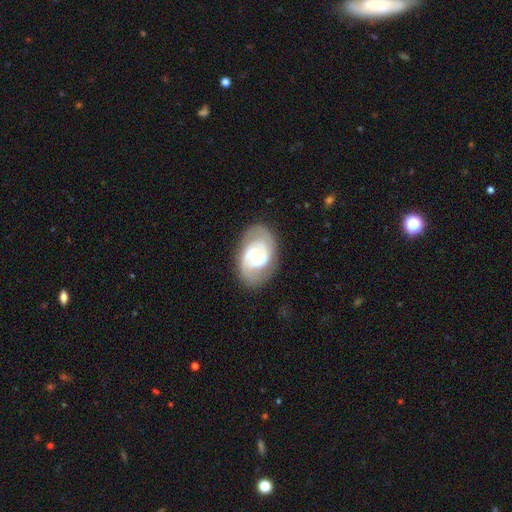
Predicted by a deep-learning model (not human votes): This appears to be a featured or disk galaxy (79%) with no bar (54%), 2 (77%) tight (49%) spiral arms (91%) and a small central bulge (60%). Merging: none (77%).